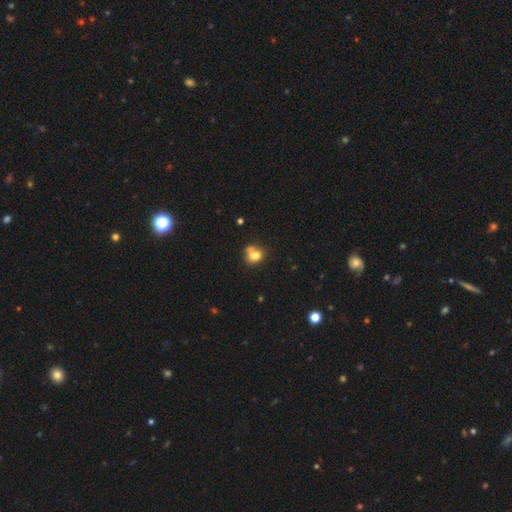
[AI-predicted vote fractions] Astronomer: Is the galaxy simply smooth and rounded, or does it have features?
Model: smooth — 73%.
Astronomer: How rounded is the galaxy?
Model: round — 61% (runner-up: in between, 38%).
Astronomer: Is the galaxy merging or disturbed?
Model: none — 40% (runner-up: merger, 35%).